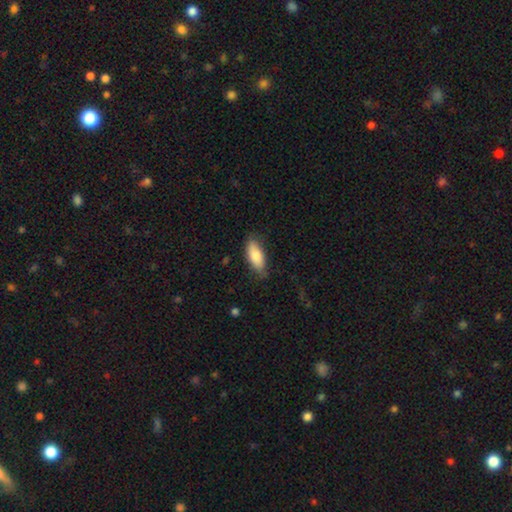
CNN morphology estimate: Q: Smooth or featured?
A: smooth (81%); runner-up: featured or disk (13%)
Q: How rounded?
A: in between (80%); runner-up: cigar-shaped (18%)
Q: Merging?
A: none (77%); runner-up: minor disturbance (18%)